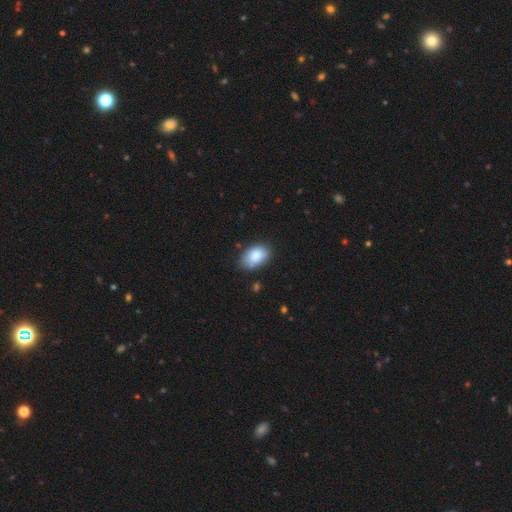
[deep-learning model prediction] smooth-or-featured: smooth: 84% | featured or disk: 9% | star or artifact: 7%
  how-rounded: in between: 87% | round: 11% | cigar-shaped: 1%
  merging: none: 74% | minor disturbance: 19% | major disturbance: 4% | merger: 3%